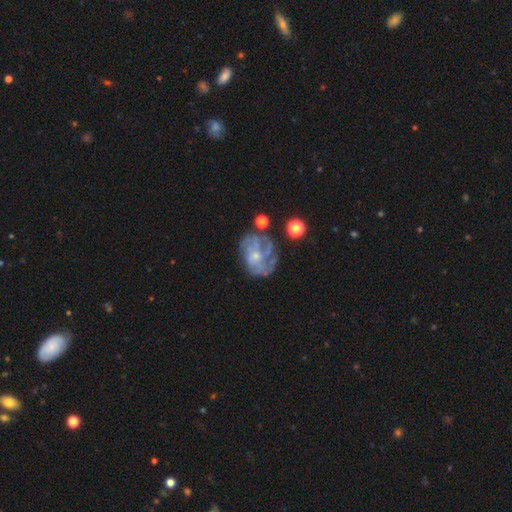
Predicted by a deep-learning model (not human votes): Overall: featured or disk (72%). Edge-on disk: no (98%). Bar: no (74%). Spiral arms: yes (75%). Spiral arm count: can't tell (46%; 3 17%). Spiral winding: tight (44%; medium 37%). Bulge size: small (70%). Merging: none (50%; minor disturbance 23%).